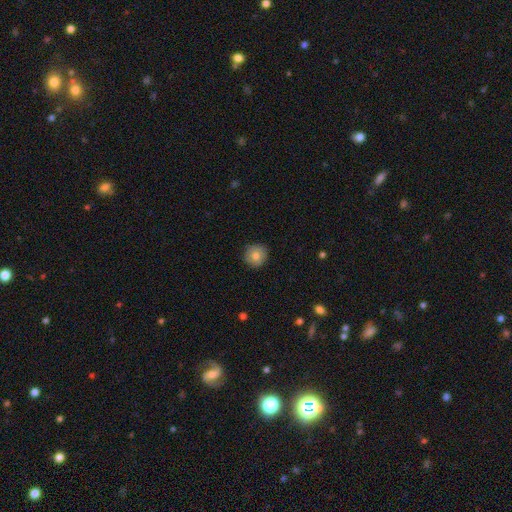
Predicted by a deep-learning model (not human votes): Smooth or featured? Predicted: smooth (p=0.79). How rounded? Predicted: round (p=0.94). Merging? Predicted: none (p=0.90).